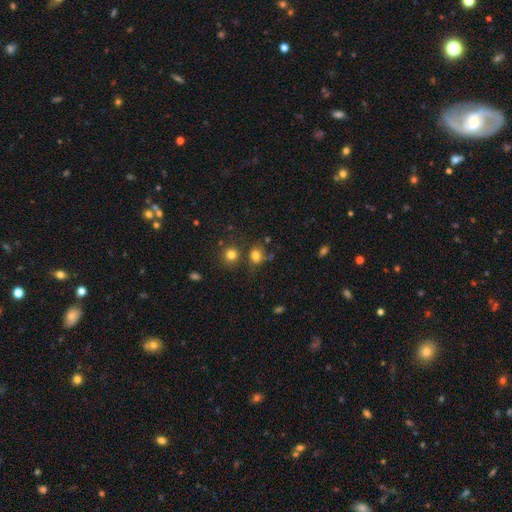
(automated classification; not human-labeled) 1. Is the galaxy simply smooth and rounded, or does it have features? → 76% smooth, 15% star or artifact, 9% featured or disk.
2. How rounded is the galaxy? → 55% round, 44% in between, 1% cigar-shaped.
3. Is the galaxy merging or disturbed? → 58% none, 17% minor disturbance, 16% merger, 9% major disturbance.